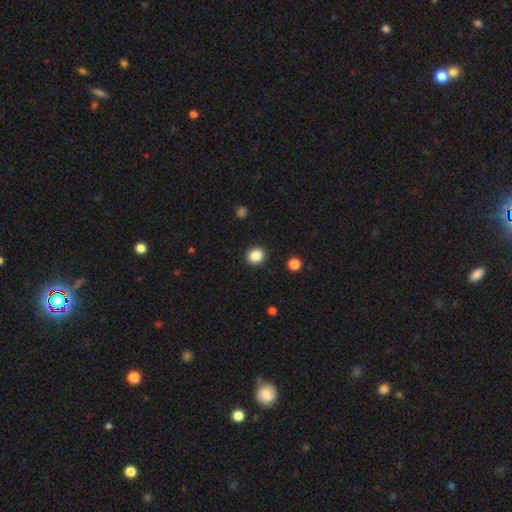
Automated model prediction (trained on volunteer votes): This is clearly a smooth galaxy (86%). How rounded: clearly round (80%). Merging: clearly none (92%).